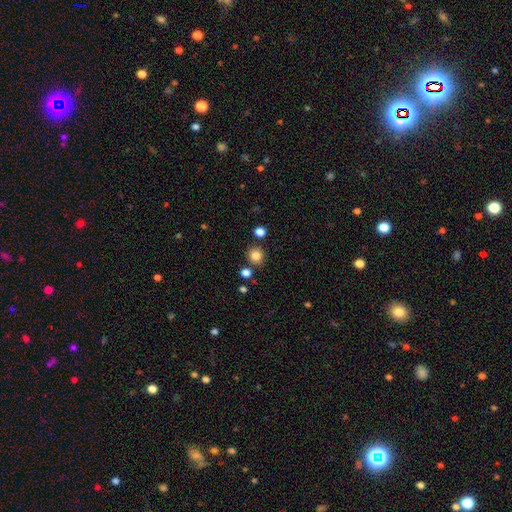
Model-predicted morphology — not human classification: smooth 83%, star or artifact 12%, featured or disk 5%. Down the decision tree: how rounded — round (91%); merging — none (84%).